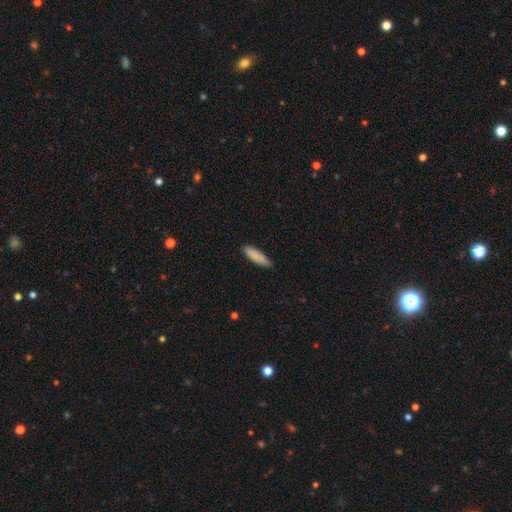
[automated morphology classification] smooth 85%, featured or disk 9%, star or artifact 6%. Down the decision tree: how rounded — cigar-shaped (62%); merging — none (78%).